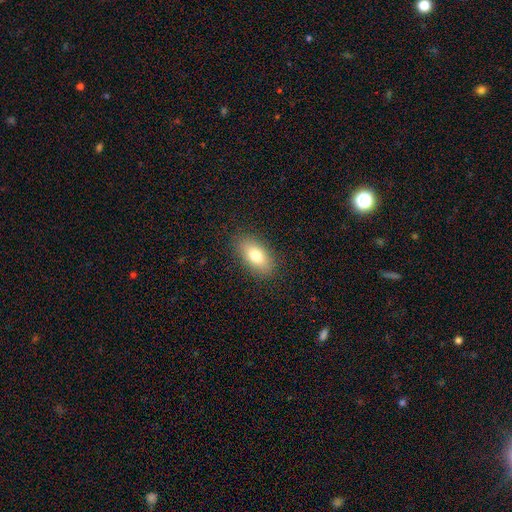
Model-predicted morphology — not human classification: A smooth galaxy with no disk features (76%) that is in between round and cigar-shaped (88%). Merging: none (87%).